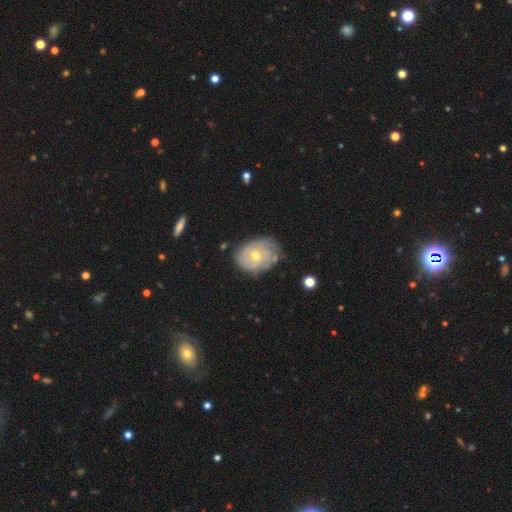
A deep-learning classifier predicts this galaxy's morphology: Q: Smooth or featured?
A: featured or disk (70%); runner-up: smooth (23%)
Q: Edge-on disk?
A: no (96%); runner-up: yes (4%)
Q: Bar?
A: no (72%); runner-up: weak (24%)
Q: Spiral arms?
A: yes (84%); runner-up: no (16%)
Q: Spiral winding?
A: tight (69%); runner-up: medium (23%)
Q: Spiral arm count?
A: can't tell (50%); runner-up: 2 (19%)
Q: Bulge size?
A: moderate (53%); runner-up: small (43%)
Q: Merging?
A: none (67%); runner-up: minor disturbance (24%)